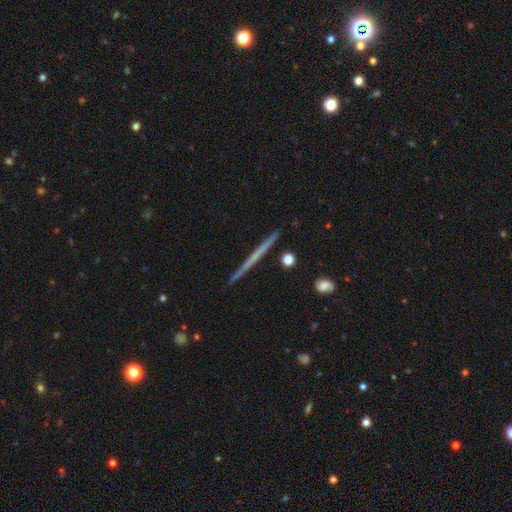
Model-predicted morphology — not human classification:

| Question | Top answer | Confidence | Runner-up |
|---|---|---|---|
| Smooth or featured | featured or disk | 61% | smooth (33%) |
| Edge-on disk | yes | 98% | no (2%) |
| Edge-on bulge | none | 88% | rounded (9%) |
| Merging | none | 92% | minor disturbance (5%) |